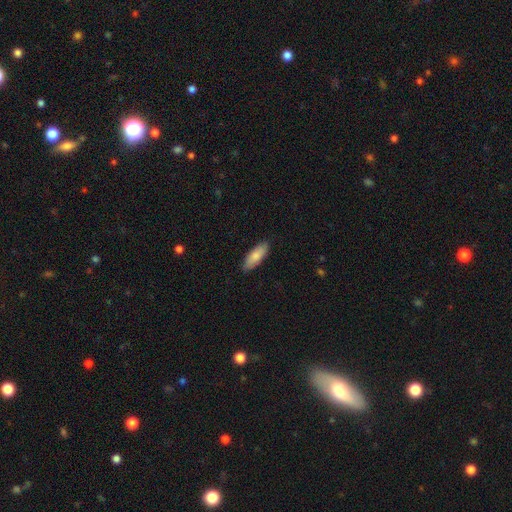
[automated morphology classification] A smooth galaxy with no disk features (81%) that is in between round and cigar-shaped (68%).

Vote fractions:
- Smooth or featured? smooth: 81% / featured or disk: 14% / star or artifact: 5%
- How rounded? in between: 68% / cigar-shaped: 31% / round: 2%
- Merging? none: 88% / minor disturbance: 10% / major disturbance: 2% / merger: 1%